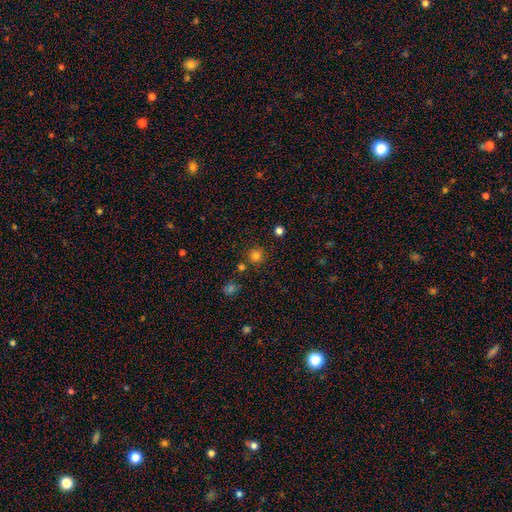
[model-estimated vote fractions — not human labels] Q: Smooth or featured?
A: smooth (79%); runner-up: star or artifact (16%)
Q: How rounded?
A: round (94%); runner-up: in between (5%)
Q: Merging?
A: none (84%); runner-up: minor disturbance (7%)